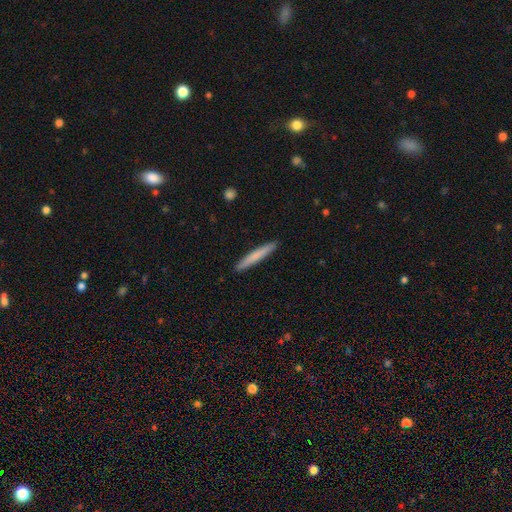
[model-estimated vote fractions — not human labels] This appears to be a smooth galaxy with no disk features (73%) that is cigar-shaped (96%). Merging: none (92%).